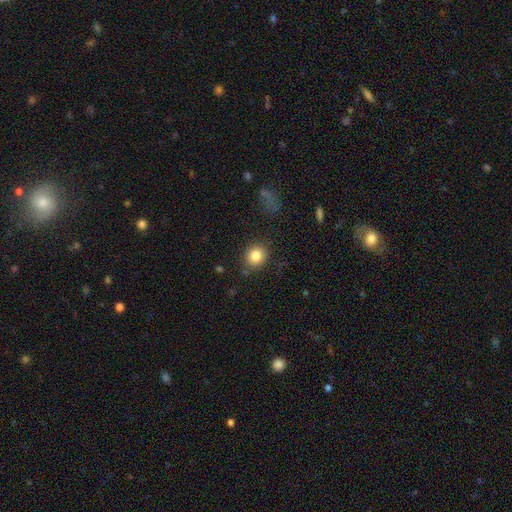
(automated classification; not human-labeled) smooth-or-featured: smooth: 83% | star or artifact: 10% | featured or disk: 7%
  how-rounded: round: 81% | in between: 18% | cigar-shaped: 1%
  merging: none: 84% | minor disturbance: 10% | major disturbance: 3% | merger: 2%